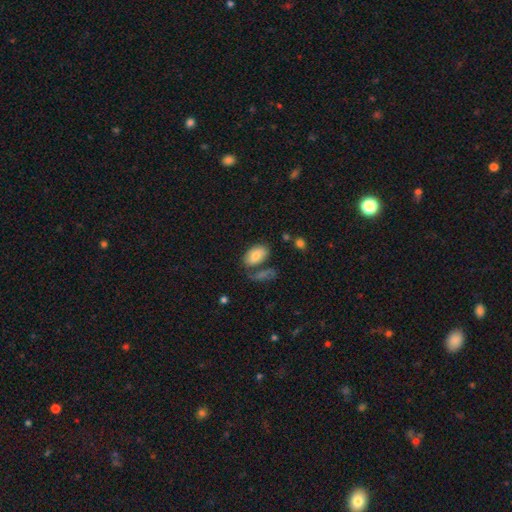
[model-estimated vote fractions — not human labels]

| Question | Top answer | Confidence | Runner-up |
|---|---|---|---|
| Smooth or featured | smooth | 79% | featured or disk (14%) |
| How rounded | in between | 92% | round (6%) |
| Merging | none | 52% | minor disturbance (20%) |